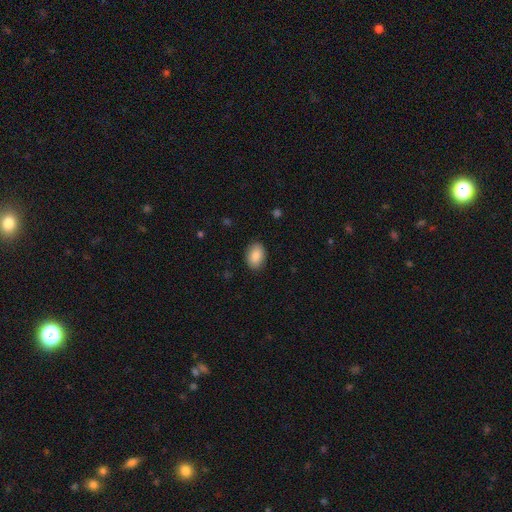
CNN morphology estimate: This is clearly a smooth galaxy (88%). How rounded: clearly in between (83%). Merging: clearly none (88%).